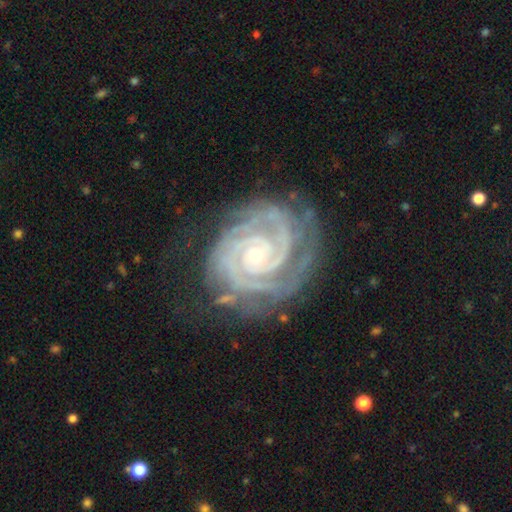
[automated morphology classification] This appears to be a featured or disk galaxy (93%) with no bar (70%), 2 (48%) tight (84%) spiral arms (99%) and a small central bulge (71%). Merging: none (71%).